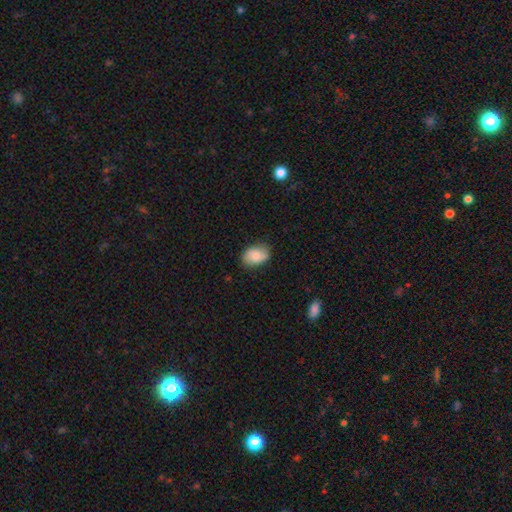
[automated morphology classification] A smooth galaxy with no disk features (77%) that is in between round and cigar-shaped (81%). Merging: none (77%).